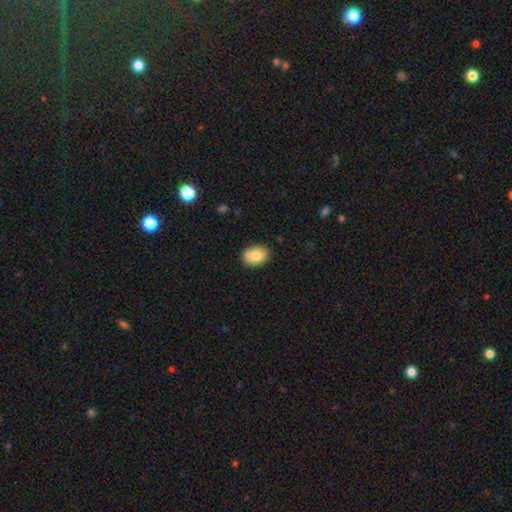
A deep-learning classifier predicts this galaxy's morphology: Smooth or featured: smooth — 84% (featured or disk — 8%)
How rounded: in between — 77% (round — 22%)
Merging: none — 84% (minor disturbance — 12%)